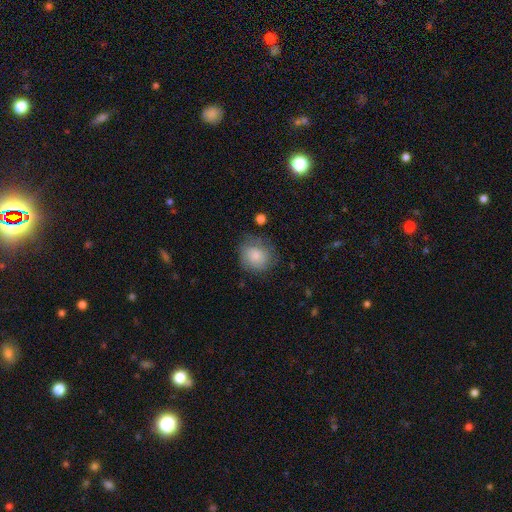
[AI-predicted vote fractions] Morphology: type=smooth (75%); roundness=round (78%); merging=none (66%).